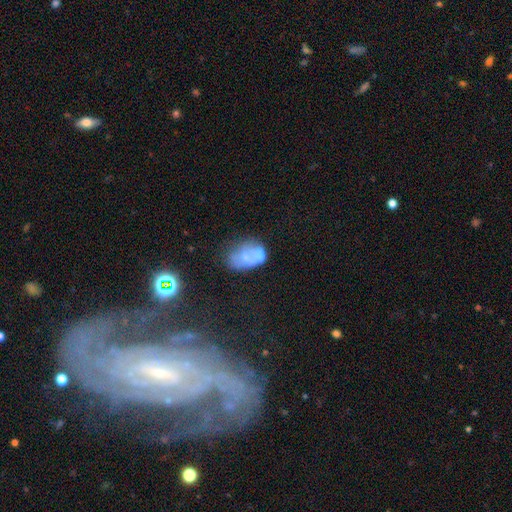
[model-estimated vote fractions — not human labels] Smooth or featured? smooth (46%)
Merging? merger (34%)